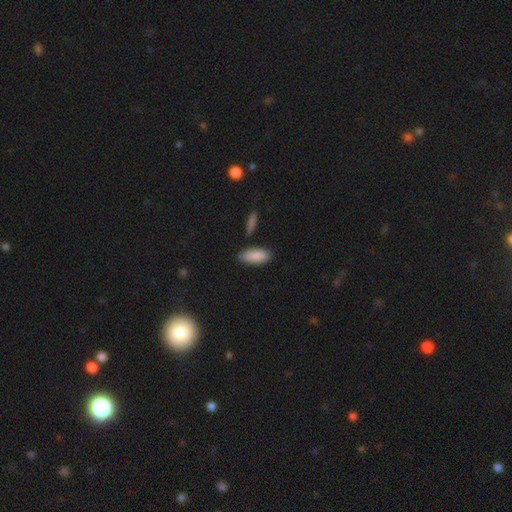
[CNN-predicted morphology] This is clearly a smooth galaxy (89%). How rounded: clearly in between (83%). Merging: clearly none (81%).